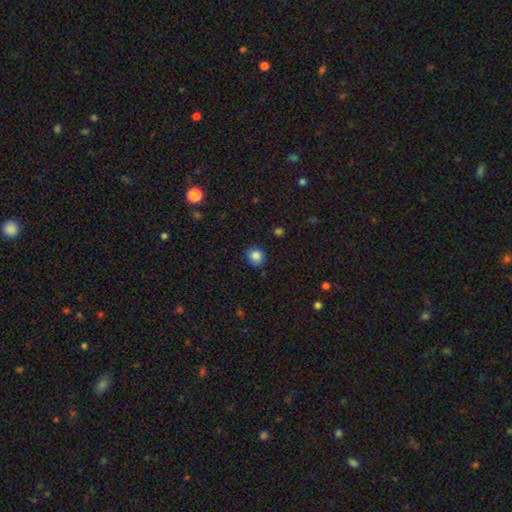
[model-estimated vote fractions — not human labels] This appears to be a smooth galaxy with no disk features (85%) that is round (84%). Merging: none (86%).